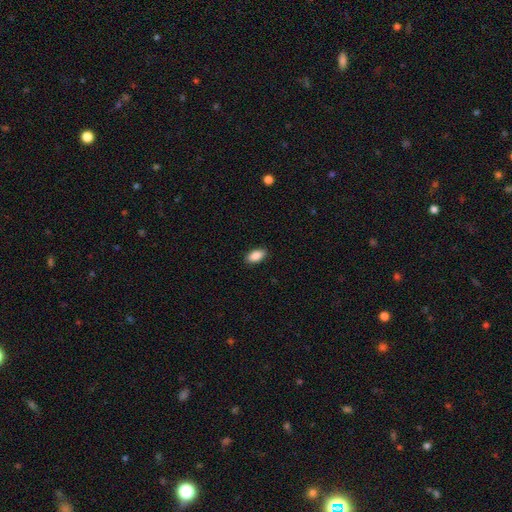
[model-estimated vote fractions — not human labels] The model was most divided on "merging": none: 89%, minor disturbance: 8%, major disturbance: 2%, merger: 1%. More confident: how rounded — in between (93%); smooth or featured — smooth (88%).